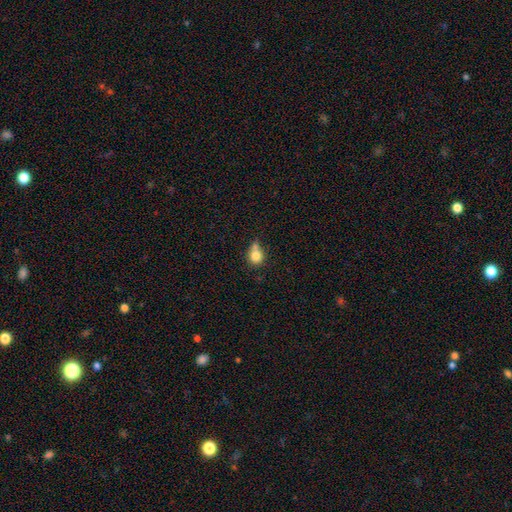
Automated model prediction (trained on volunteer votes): Morphology: type=smooth (80%); roundness=round (80%); merging=none (43%).